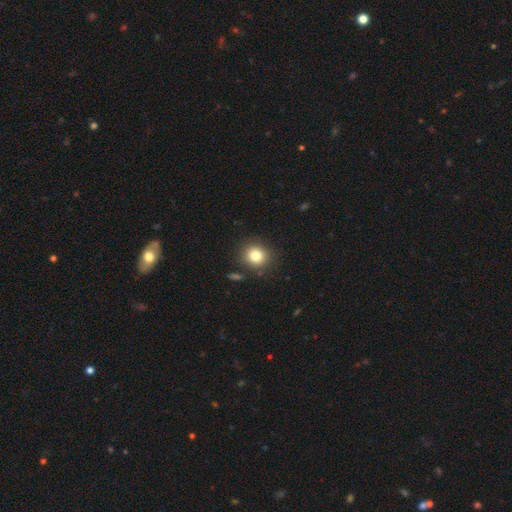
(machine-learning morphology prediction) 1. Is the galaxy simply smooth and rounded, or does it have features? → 81% smooth, 11% star or artifact, 8% featured or disk.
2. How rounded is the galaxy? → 83% round, 16% in between, 1% cigar-shaped.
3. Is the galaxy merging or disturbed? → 84% none, 9% minor disturbance, 3% merger, 3% major disturbance.